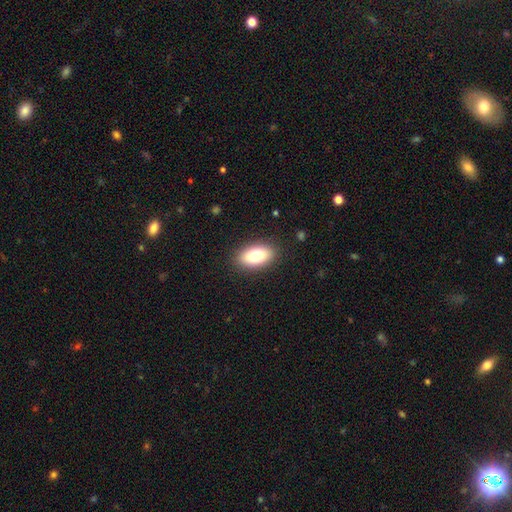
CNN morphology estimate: Smooth or featured?
  - smooth: 79% *
  - featured or disk: 13%
  - star or artifact: 7%
How rounded?
  - in between: 91% *
  - round: 5%
  - cigar-shaped: 4%
Merging?
  - none: 88% *
  - minor disturbance: 9%
  - major disturbance: 3%
  - merger: 1%